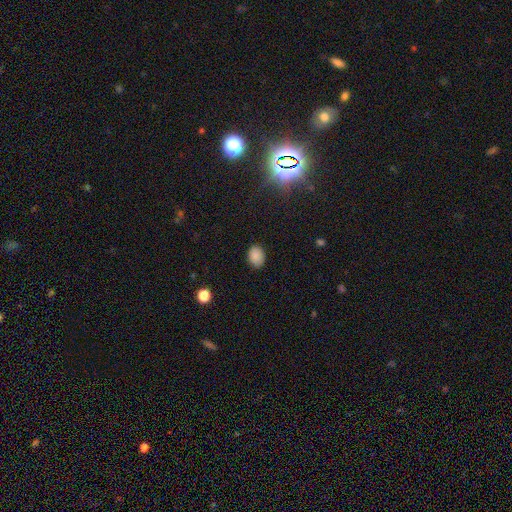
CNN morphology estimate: The model was most divided on "how rounded": in between: 63%, round: 36%, cigar-shaped: 1%. More confident: smooth or featured — smooth (86%); merging — none (86%).